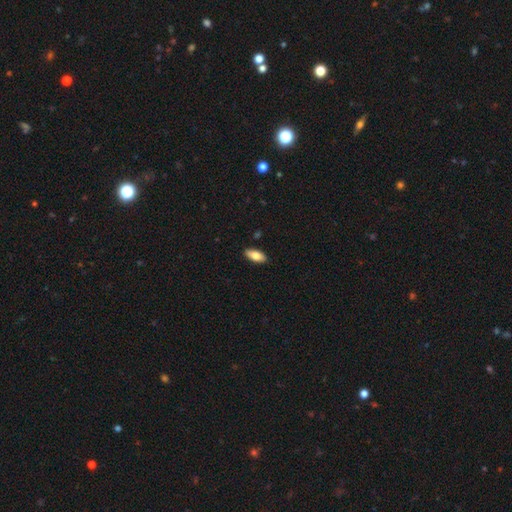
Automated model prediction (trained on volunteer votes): The model was most divided on "smooth or featured": smooth: 77%, featured or disk: 17%, star or artifact: 6%. More confident: merging — none (89%); how rounded — in between (87%).